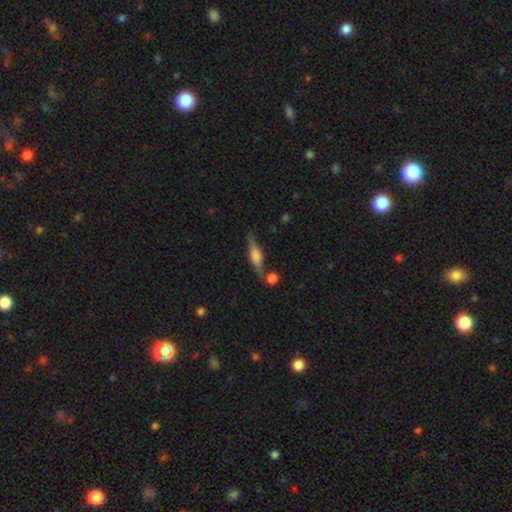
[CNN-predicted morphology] smooth-or-featured: featured or disk: 61% | smooth: 31% | star or artifact: 8%
  disk-edge-on: yes: 94% | no: 6%
    edge-on-bulge: rounded: 70% | boxy: 25% | none: 5%
  merging: none: 66% | minor disturbance: 15% | merger: 14% | major disturbance: 5%